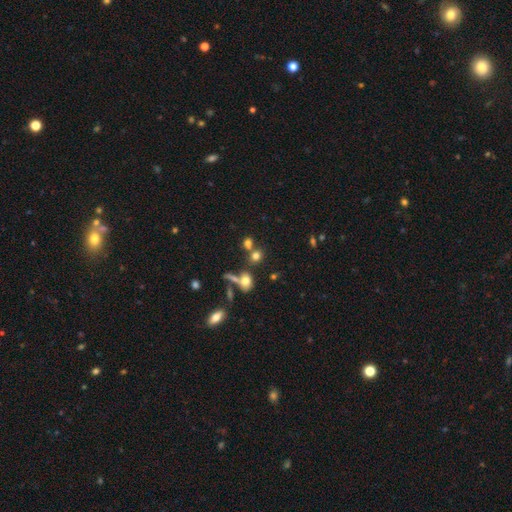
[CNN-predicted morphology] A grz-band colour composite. It shows a smooth galaxy with no disk features (70%) that is round (75%). Merging: none (51%).